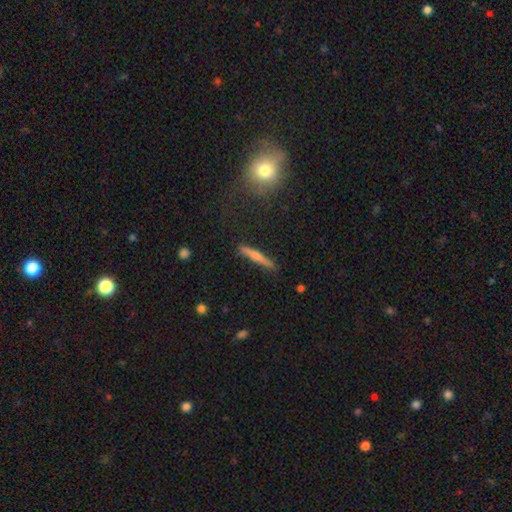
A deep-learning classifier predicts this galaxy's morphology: This is possibly a featured or disk galaxy (48%). Merging: clearly none (87%).